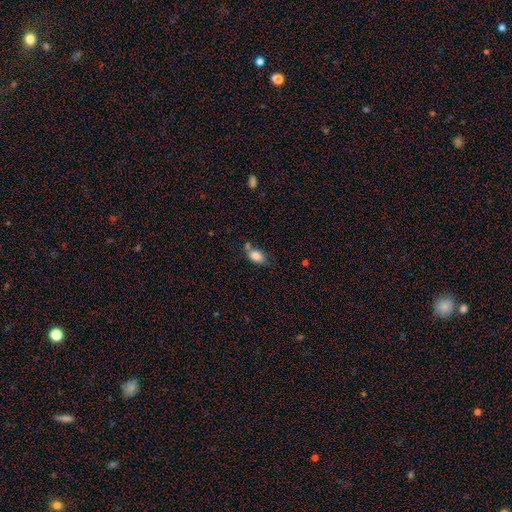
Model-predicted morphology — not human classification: A smooth galaxy with no disk features (83%) that is in between round and cigar-shaped (85%).

Vote fractions:
- Smooth or featured? smooth: 83% / star or artifact: 9% / featured or disk: 8%
- How rounded? in between: 85% / round: 12% / cigar-shaped: 3%
- Merging? none: 57% / minor disturbance: 22% / merger: 15% / major disturbance: 6%